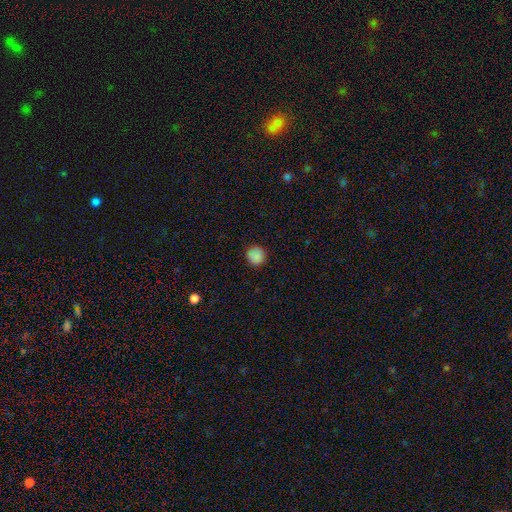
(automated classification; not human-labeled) Overall: smooth (87%). How rounded: round (93%). Merging: none (89%).